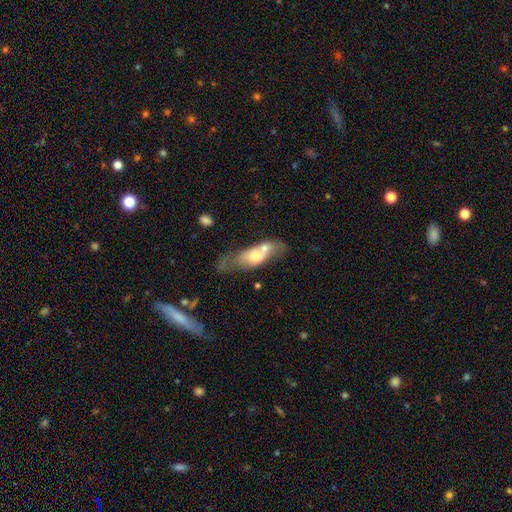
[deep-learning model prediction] smooth-or-featured: smooth: 54% | featured or disk: 40% | star or artifact: 7%
  how-rounded: in between: 69% | cigar-shaped: 26% | round: 5%
  merging: merger: 46% | none: 22% | minor disturbance: 16% | major disturbance: 15%